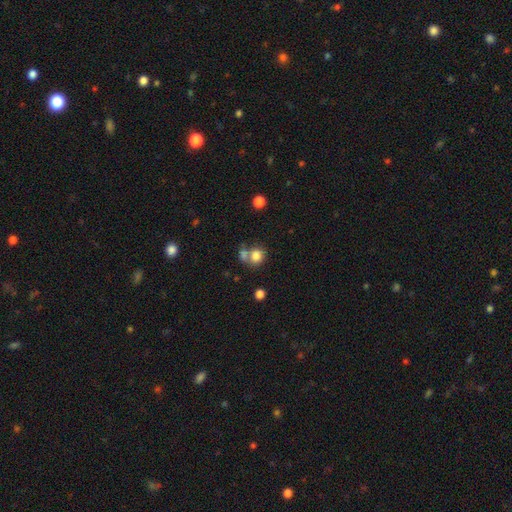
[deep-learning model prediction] The model was most divided on "merging": none: 48%, merger: 37%, minor disturbance: 10%, major disturbance: 5%. More confident: smooth or featured — smooth (80%); how rounded — round (76%).